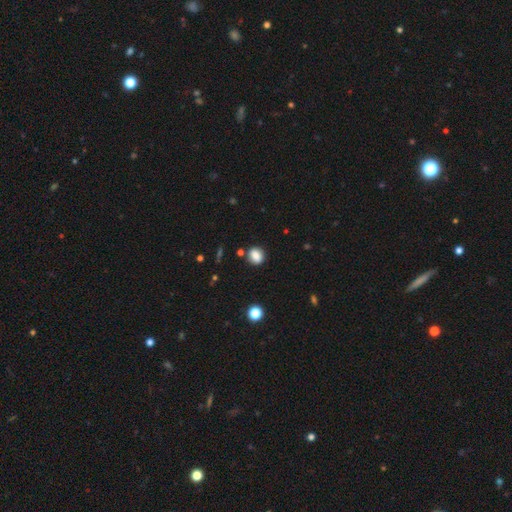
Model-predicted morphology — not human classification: Smooth or featured? smooth (84%)
How rounded? round (62%)
Merging? none (82%)